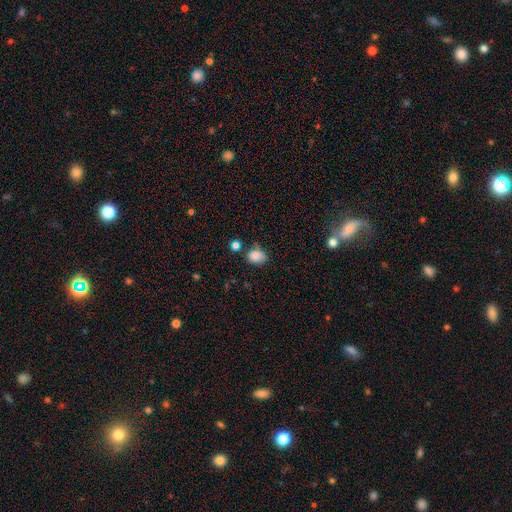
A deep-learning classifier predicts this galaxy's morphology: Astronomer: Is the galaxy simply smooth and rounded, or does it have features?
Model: smooth — 85%.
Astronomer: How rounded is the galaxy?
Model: in between — 53% (runner-up: round, 46%).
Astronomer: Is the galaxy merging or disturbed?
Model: none — 59%.